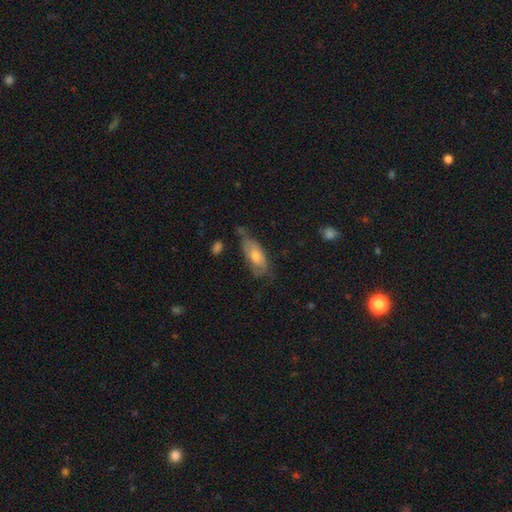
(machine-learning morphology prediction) Smooth or featured?
  - smooth: 51% *
  - featured or disk: 41%
  - star or artifact: 8%
How rounded?
  - in between: 78% *
  - cigar-shaped: 19%
  - round: 3%
Merging?
  - none: 50% *
  - minor disturbance: 34%
  - major disturbance: 13%
  - merger: 3%